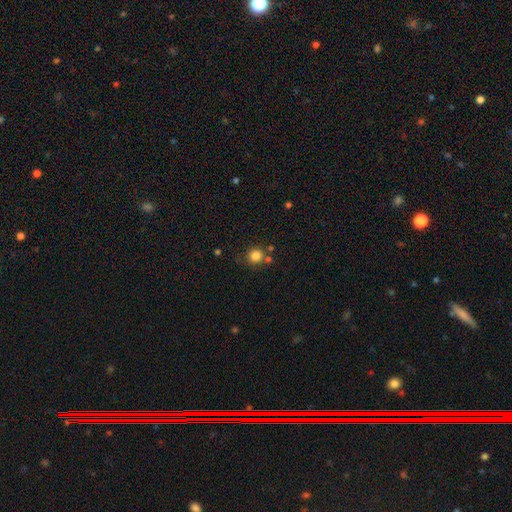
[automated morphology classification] Smooth or featured: smooth — 83% (star or artifact — 12%)
How rounded: round — 90% (in between — 9%)
Merging: none — 74% (merger — 12%)